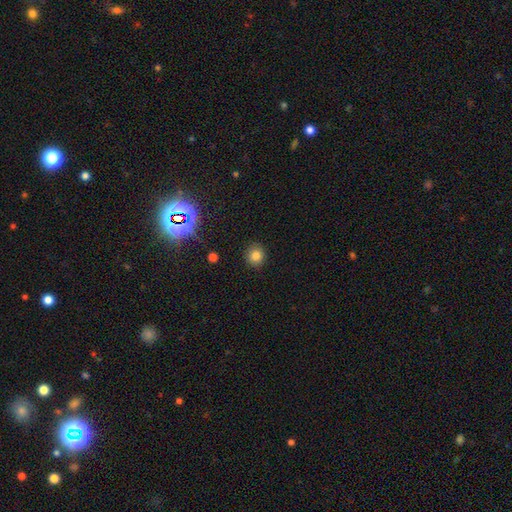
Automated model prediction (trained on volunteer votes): Overall: smooth (79%). How rounded: round (88%). Merging: none (89%).